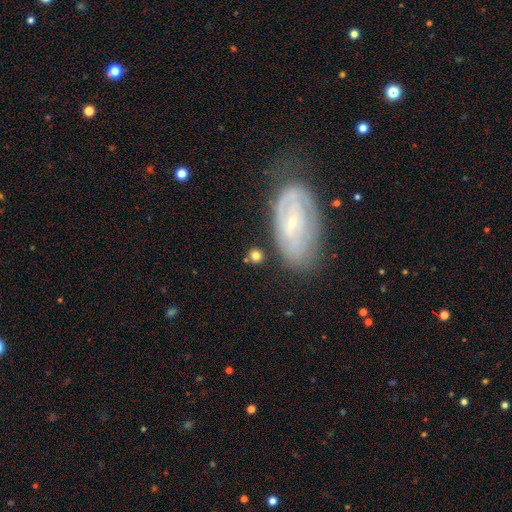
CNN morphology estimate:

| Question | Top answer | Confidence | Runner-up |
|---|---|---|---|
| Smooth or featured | smooth | 70% | featured or disk (22%) |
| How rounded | round | 69% | in between (28%) |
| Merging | none | 75% | minor disturbance (13%) |